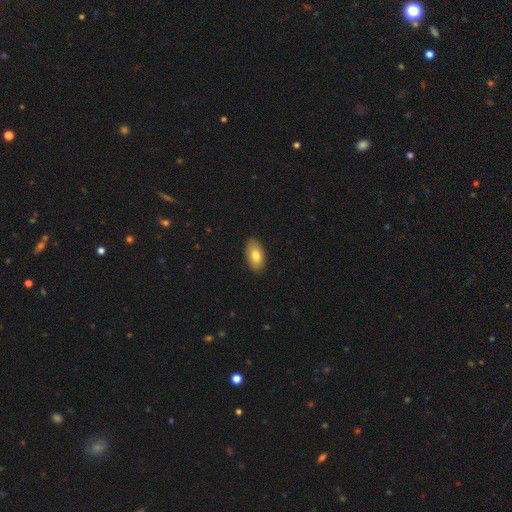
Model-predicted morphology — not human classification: Smooth or featured? smooth (78%)
How rounded? in between (94%)
Merging? none (87%)